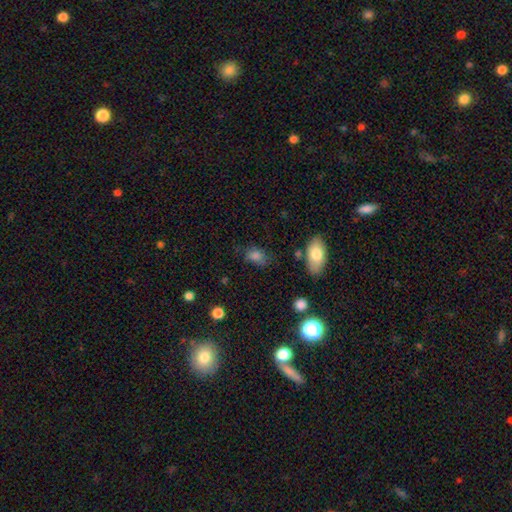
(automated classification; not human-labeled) Smooth or featured?
  - smooth: 79% *
  - star or artifact: 12%
  - featured or disk: 9%
How rounded?
  - in between: 80% *
  - round: 17%
  - cigar-shaped: 2%
Merging?
  - none: 63% *
  - minor disturbance: 24%
  - major disturbance: 9%
  - merger: 5%